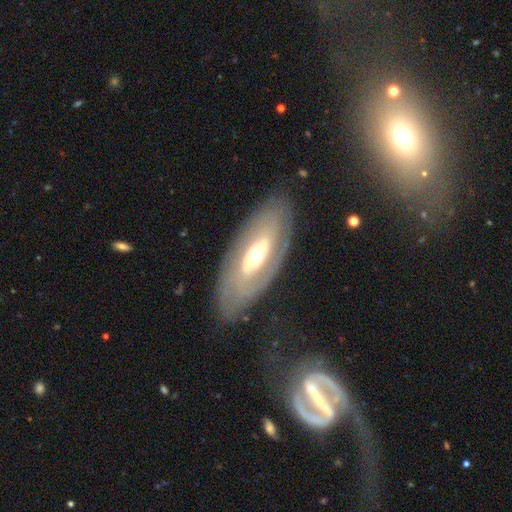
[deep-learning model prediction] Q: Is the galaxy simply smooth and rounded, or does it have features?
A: featured or disk — 71%.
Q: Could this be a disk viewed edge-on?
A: no — 86%.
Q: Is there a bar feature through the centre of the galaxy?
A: no — 48%.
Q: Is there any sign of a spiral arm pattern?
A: yes — 59%.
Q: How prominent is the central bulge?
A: moderate — 66%.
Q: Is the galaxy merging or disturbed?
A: none — 77%.